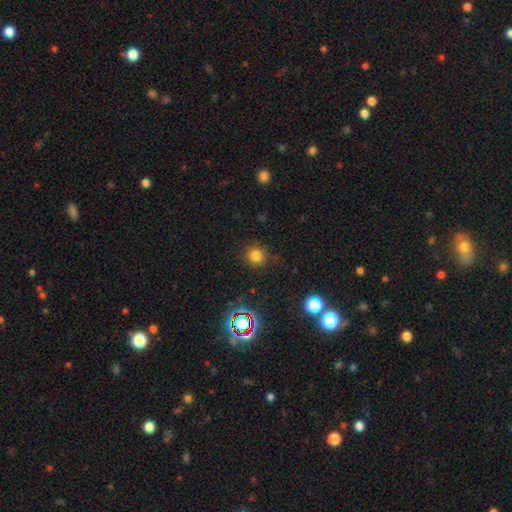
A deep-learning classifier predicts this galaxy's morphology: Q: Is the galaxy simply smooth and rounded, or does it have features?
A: smooth — 76%.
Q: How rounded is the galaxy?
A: round — 92%.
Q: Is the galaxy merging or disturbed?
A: none — 86%.